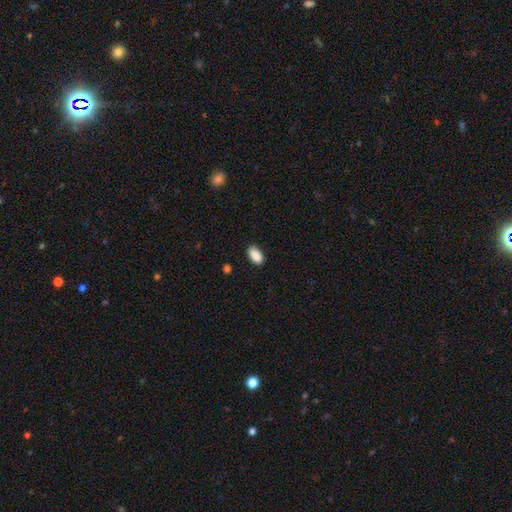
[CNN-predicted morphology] smooth-or-featured: smooth: 89% | star or artifact: 7% | featured or disk: 4%
  how-rounded: in between: 93% | round: 4% | cigar-shaped: 3%
  merging: none: 81% | minor disturbance: 16% | major disturbance: 3% | merger: 1%